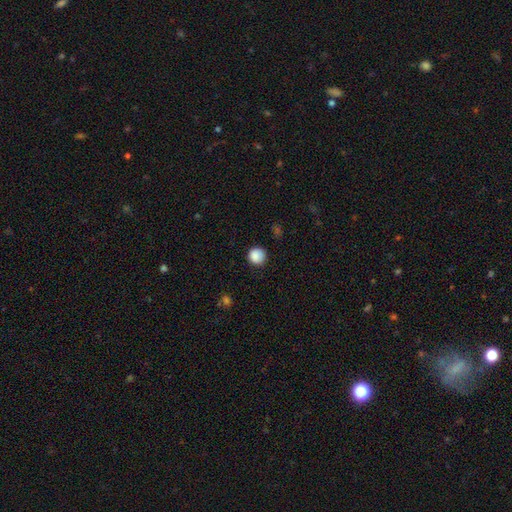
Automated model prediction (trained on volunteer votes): Smooth or featured: smooth — 87% (star or artifact — 9%)
How rounded: round — 93% (in between — 6%)
Merging: none — 85% (minor disturbance — 11%)